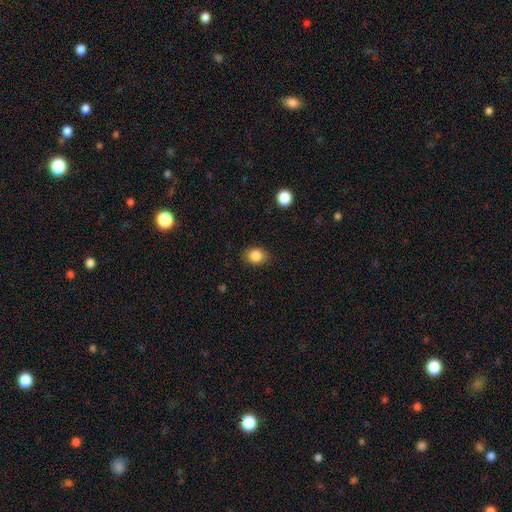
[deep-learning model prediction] Overall: smooth (85%). How rounded: in between (50%; round 49%). Merging: none (83%).